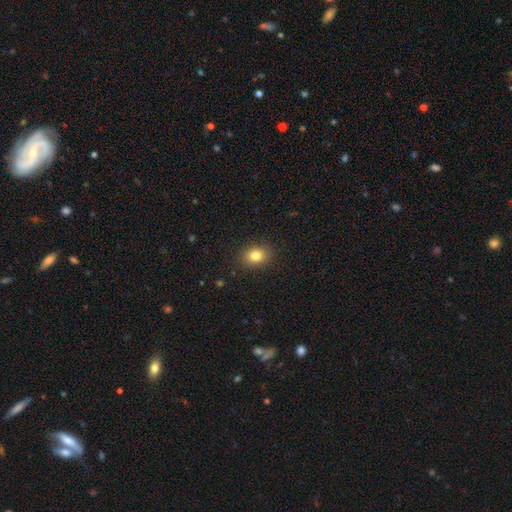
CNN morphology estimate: Smooth or featured: smooth — 82% (star or artifact — 11%)
How rounded: in between — 52% (round — 47%)
Merging: none — 88% (minor disturbance — 9%)